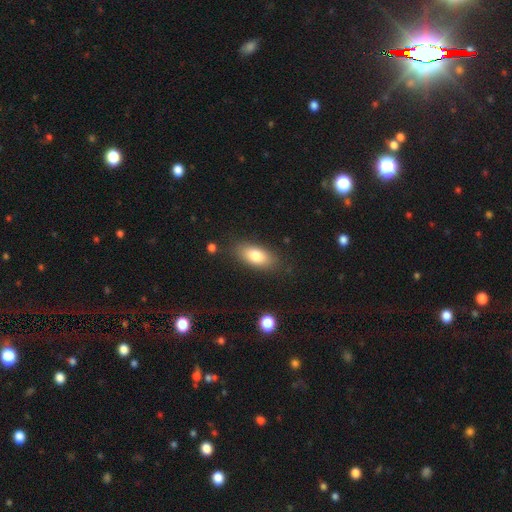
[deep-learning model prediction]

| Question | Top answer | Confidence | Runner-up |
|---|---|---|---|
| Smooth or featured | smooth | 79% | featured or disk (14%) |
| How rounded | in between | 87% | cigar-shaped (10%) |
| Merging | none | 83% | minor disturbance (12%) |